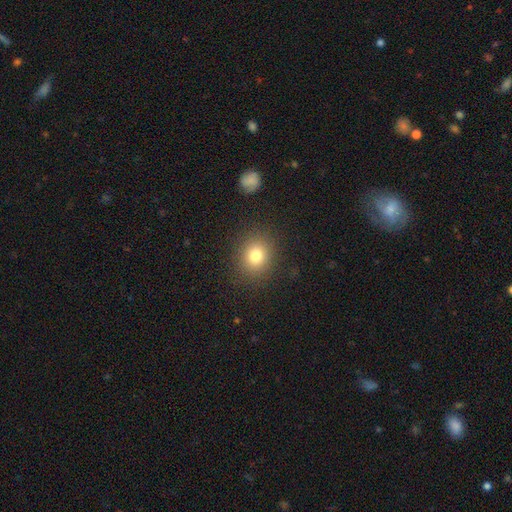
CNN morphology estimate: Overall: smooth (79%). How rounded: round (73%). Merging: none (88%).